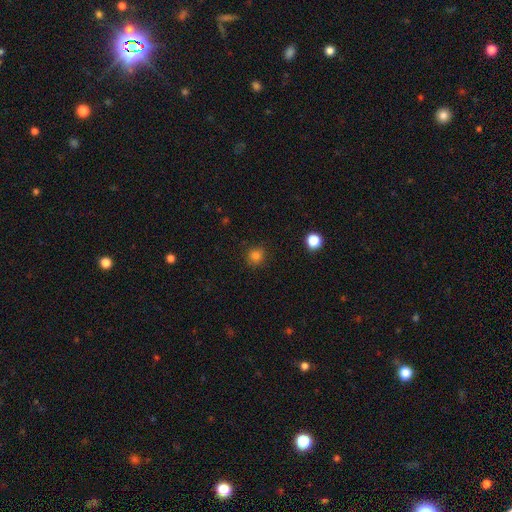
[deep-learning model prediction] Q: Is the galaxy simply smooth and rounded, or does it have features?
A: smooth — 81%.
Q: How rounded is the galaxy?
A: round — 89%.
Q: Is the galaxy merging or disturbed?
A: none — 87%.